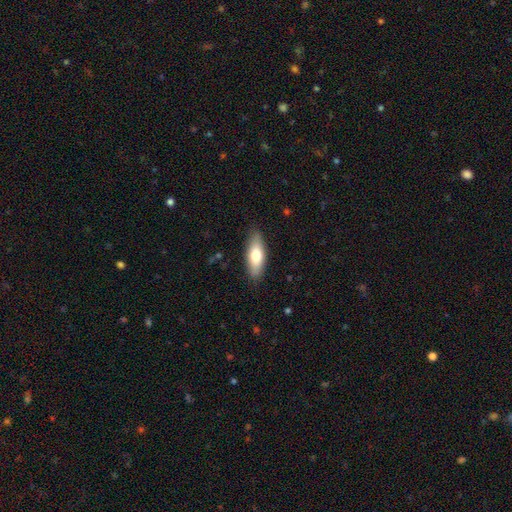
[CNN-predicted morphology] smooth 70%, featured or disk 24%, star or artifact 6%. Down the decision tree: how rounded — in between (68%); merging — none (85%).